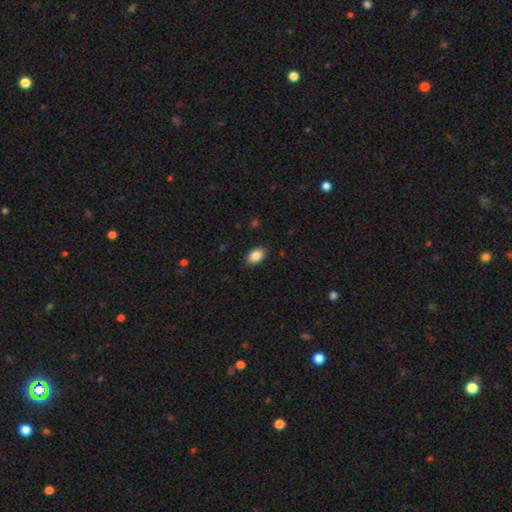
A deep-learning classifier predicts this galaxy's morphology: This appears to be a smooth galaxy with no disk features (88%) that is in between round and cigar-shaped (92%). Merging: none (88%).